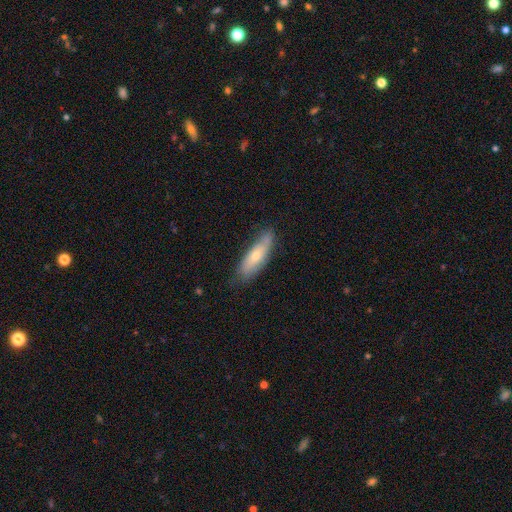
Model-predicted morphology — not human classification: Smooth or featured? smooth (62%)
How rounded? cigar-shaped (52%)
Merging? none (73%)